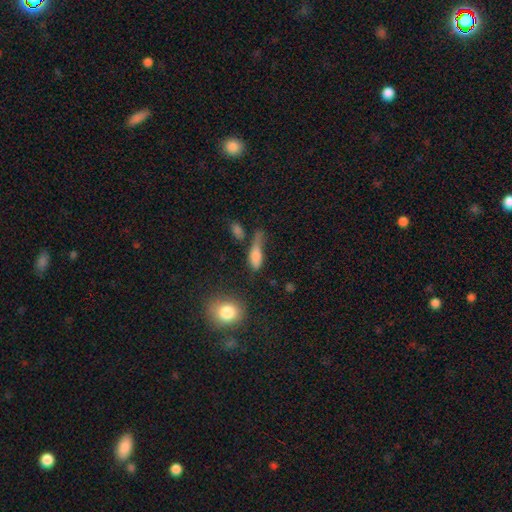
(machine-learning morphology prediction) A smooth galaxy with no disk features (67%) that is in between round and cigar-shaped (50%).

Vote fractions:
- Smooth or featured? smooth: 67% / featured or disk: 19% / star or artifact: 14%
- How rounded? in between: 50% / cigar-shaped: 42% / round: 8%
- Merging? none: 35% / major disturbance: 25% / minor disturbance: 24% / merger: 16%